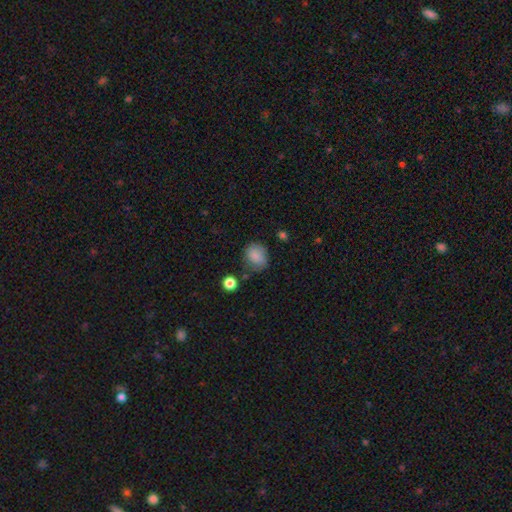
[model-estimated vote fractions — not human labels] This appears to be a smooth galaxy with no disk features (84%) that is round (55%). Merging: none (67%).